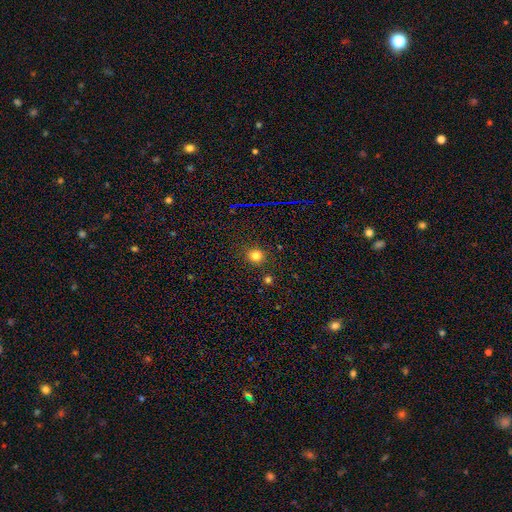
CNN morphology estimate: smooth 78%, star or artifact 16%, featured or disk 6%. Down the decision tree: how rounded — round (87%); merging — none (86%).